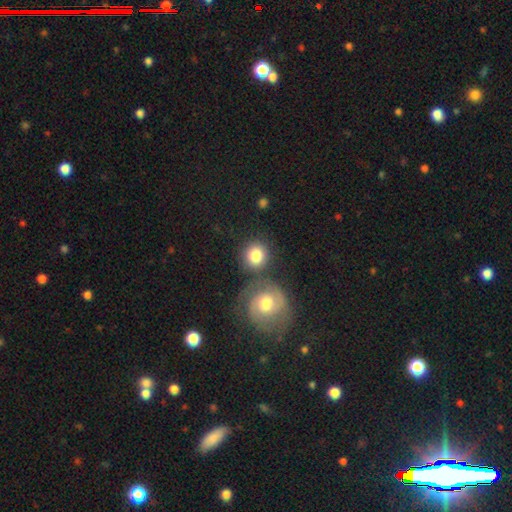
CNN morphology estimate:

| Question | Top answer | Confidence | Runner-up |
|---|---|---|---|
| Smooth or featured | smooth | 79% | featured or disk (14%) |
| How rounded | round | 87% | in between (12%) |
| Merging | none | 59% | merger (26%) |